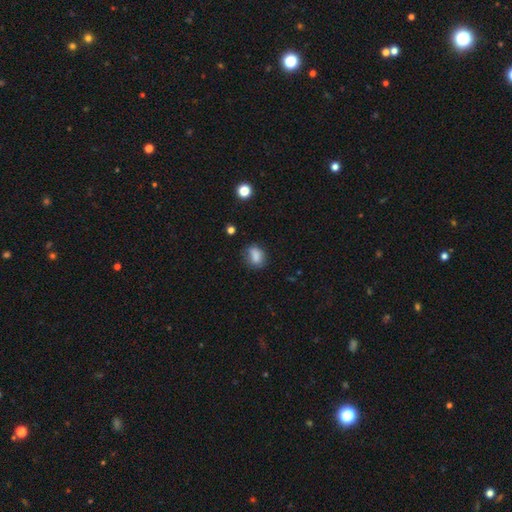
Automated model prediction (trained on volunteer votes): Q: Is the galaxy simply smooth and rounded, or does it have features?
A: smooth — 81%.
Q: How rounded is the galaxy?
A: in between — 65%.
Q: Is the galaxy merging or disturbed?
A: none — 62%.